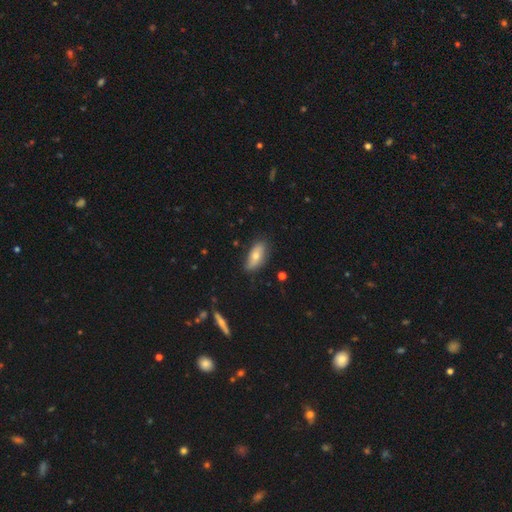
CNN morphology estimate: smooth_or_featured: smooth (p=0.69) [alt: featured or disk p=0.24]
how_rounded: in between (p=0.84) [alt: cigar-shaped p=0.12]
merging: none (p=0.77) [alt: minor disturbance p=0.18]